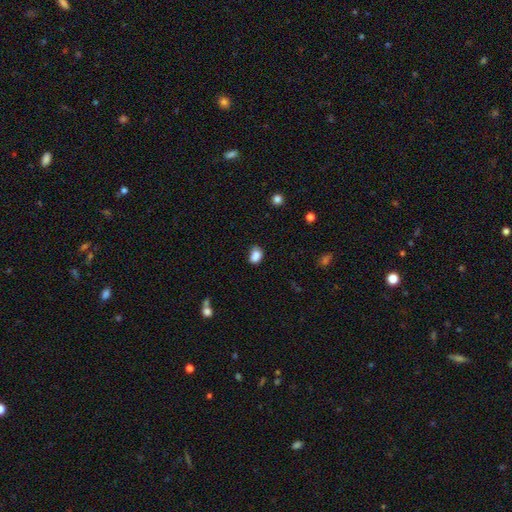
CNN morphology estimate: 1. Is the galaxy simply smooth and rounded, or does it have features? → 84% smooth, 10% star or artifact, 5% featured or disk.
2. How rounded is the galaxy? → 70% in between, 29% round, 1% cigar-shaped.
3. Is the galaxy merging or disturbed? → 58% none, 28% minor disturbance, 7% merger, 7% major disturbance.